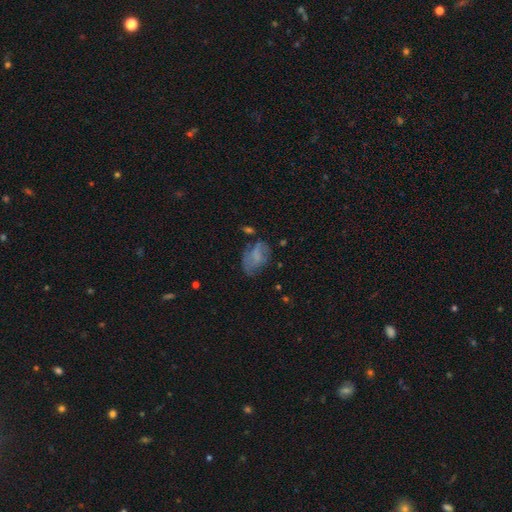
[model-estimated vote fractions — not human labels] Overall: smooth (52%; featured or disk 36%). How rounded: in between (85%). Merging: none (44%; minor disturbance 29%).